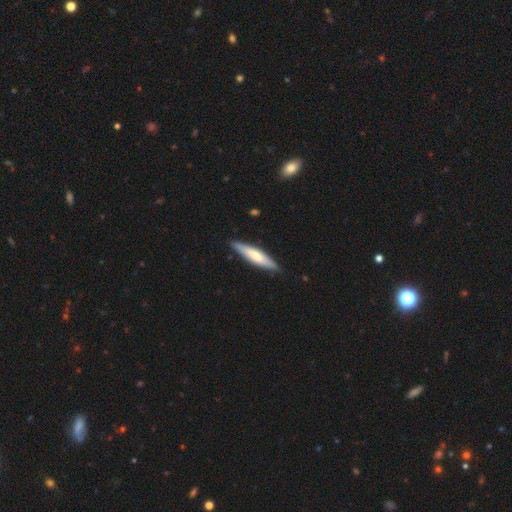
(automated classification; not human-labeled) Smooth or featured? smooth (59%)
How rounded? cigar-shaped (79%)
Merging? none (87%)